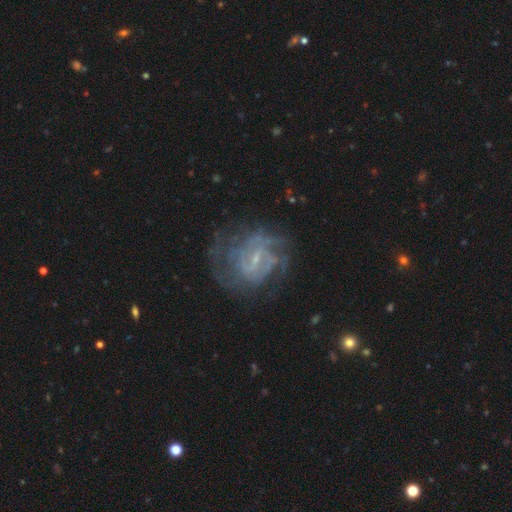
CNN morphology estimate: Smooth or featured?
  - featured or disk: 72% *
  - star or artifact: 16%
  - smooth: 12%
Edge-on disk?
  - no: 97% *
  - yes: 3%
Bar?
  - weak: 51% *
  - no: 30%
  - strong: 20%
Spiral arms?
  - yes: 88% *
  - no: 12%
Spiral winding?
  - tight: 51% *
  - medium: 37%
  - loose: 12%
Spiral arm count?
  - can't tell: 42% *
  - 2: 22%
  - 3: 15%
  - 4: 9%
  - more than 4: 7%
  - 1: 6%
Bulge size?
  - small: 66% *
  - none: 16%
  - moderate: 15%
  - large: 2%
  - dominant: 1%
Merging?
  - none: 70% *
  - minor disturbance: 15%
  - major disturbance: 13%
  - merger: 2%